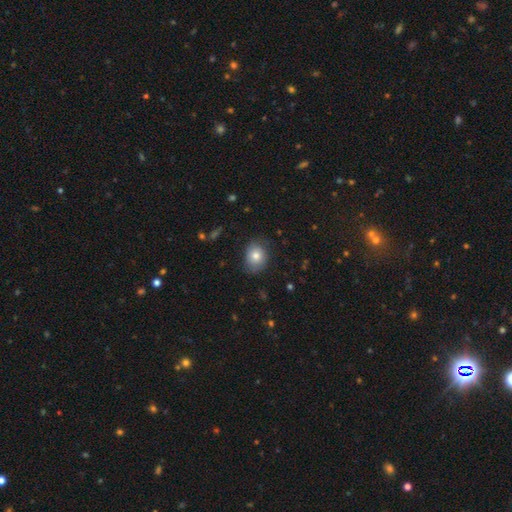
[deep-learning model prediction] smooth-or-featured: smooth: 78% | featured or disk: 13% | star or artifact: 9%
  how-rounded: round: 55% | in between: 44% | cigar-shaped: 1%
  merging: none: 75% | minor disturbance: 19% | major disturbance: 4% | merger: 1%